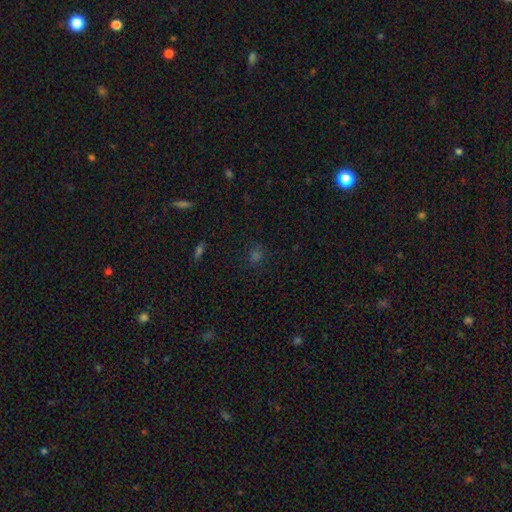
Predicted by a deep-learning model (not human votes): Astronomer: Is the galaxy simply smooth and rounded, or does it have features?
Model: smooth — 53% (runner-up: star or artifact, 40%).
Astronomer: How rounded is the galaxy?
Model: round — 78%.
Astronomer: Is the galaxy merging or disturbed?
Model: none — 83%.